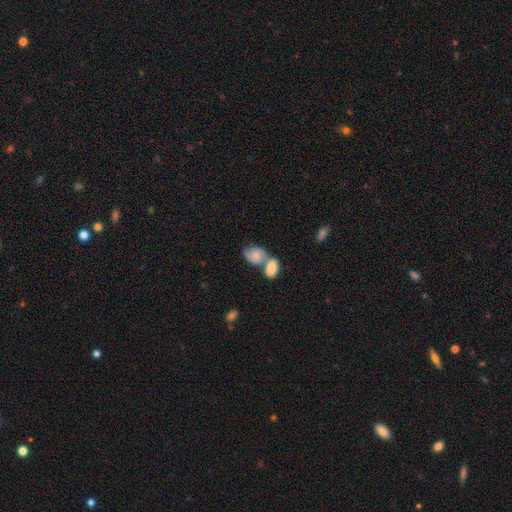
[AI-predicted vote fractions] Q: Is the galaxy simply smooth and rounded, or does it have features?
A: smooth — 63%.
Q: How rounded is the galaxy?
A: in between — 77%.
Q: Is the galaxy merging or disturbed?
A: merger — 66%.